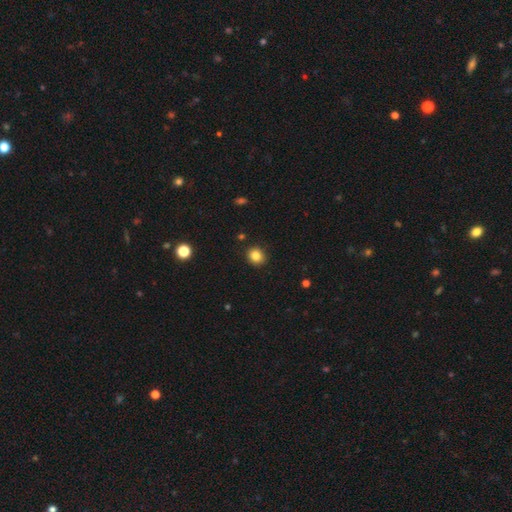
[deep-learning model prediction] This appears to be a smooth galaxy with no disk features (84%) that is round (75%). Merging: none (90%).